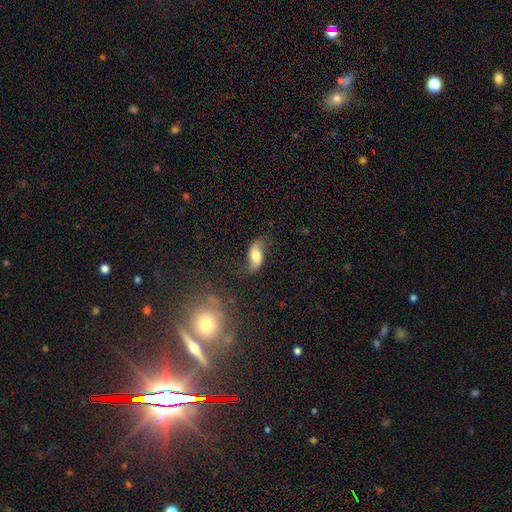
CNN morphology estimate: Smooth or featured? Predicted: smooth (p=0.50). Merging? Predicted: none (p=0.67).